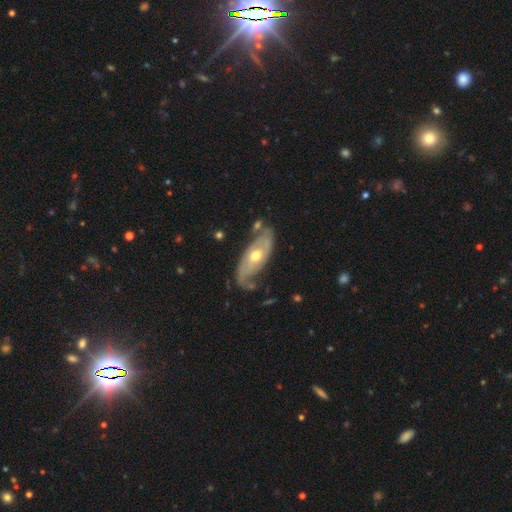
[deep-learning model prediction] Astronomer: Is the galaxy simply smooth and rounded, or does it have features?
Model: featured or disk — 78%.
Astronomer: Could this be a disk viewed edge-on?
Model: no — 87%.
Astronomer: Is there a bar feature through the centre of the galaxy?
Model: no — 73%.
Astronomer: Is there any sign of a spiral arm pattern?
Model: yes — 84%.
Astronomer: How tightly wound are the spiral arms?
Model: medium — 37% (runner-up: tight, 35%).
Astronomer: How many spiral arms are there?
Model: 2 — 75%.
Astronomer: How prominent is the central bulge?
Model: moderate — 70%.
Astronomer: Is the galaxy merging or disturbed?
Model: none — 66%.